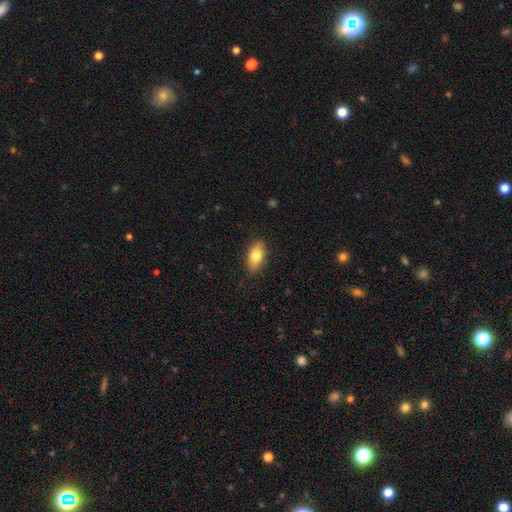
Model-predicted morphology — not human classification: Smooth or featured? smooth (79%)
How rounded? in between (88%)
Merging? none (86%)